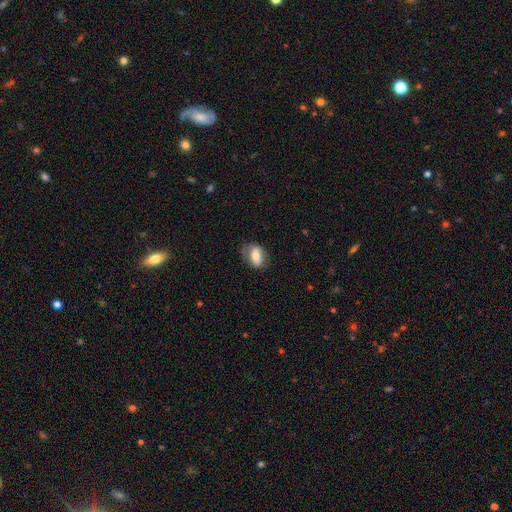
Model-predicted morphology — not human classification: A smooth galaxy with no disk features (65%) that is in between round and cigar-shaped (81%).

Vote fractions:
- Smooth or featured? smooth: 65% / featured or disk: 27% / star or artifact: 7%
- How rounded? in between: 81% / round: 17% / cigar-shaped: 2%
- Merging? none: 66% / minor disturbance: 24% / major disturbance: 9% / merger: 1%